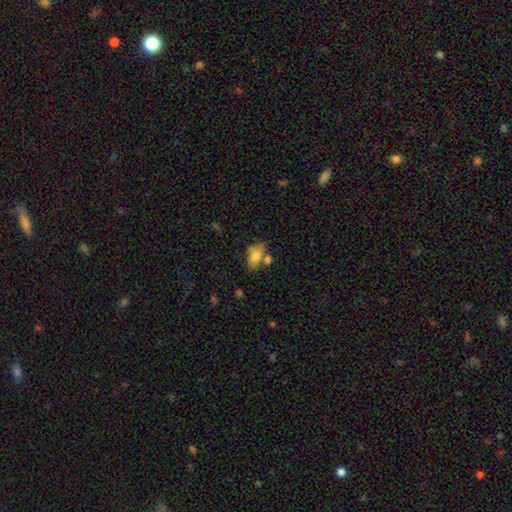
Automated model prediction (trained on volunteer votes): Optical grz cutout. It shows a smooth galaxy with no disk features (73%) that is in between round and cigar-shaped (88%). Merging: none (54%).